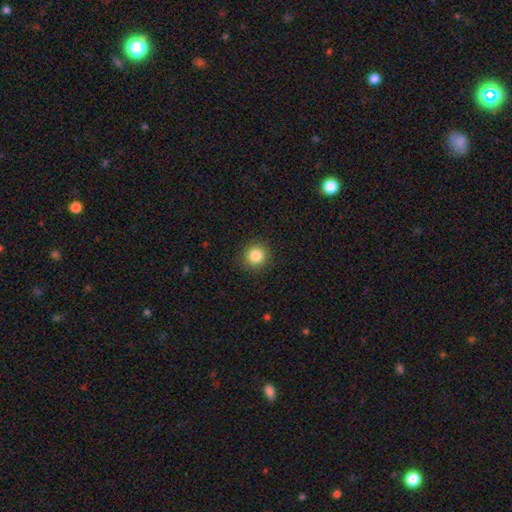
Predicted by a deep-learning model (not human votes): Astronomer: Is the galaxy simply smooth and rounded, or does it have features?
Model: smooth — 85%.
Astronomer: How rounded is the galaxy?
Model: round — 92%.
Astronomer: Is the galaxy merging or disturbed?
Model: none — 90%.